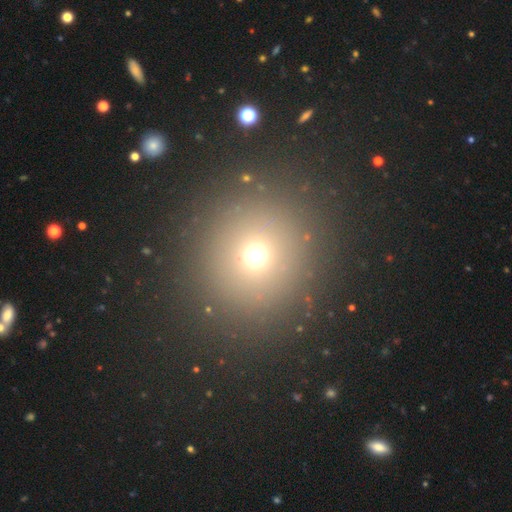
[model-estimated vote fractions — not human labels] A smooth galaxy with no disk features (66%) that is round (92%).

Vote fractions:
- Smooth or featured? smooth: 66% / star or artifact: 25% / featured or disk: 9%
- How rounded? round: 92% / in between: 7% / cigar-shaped: 1%
- Merging? none: 89% / minor disturbance: 6% / major disturbance: 3% / merger: 2%